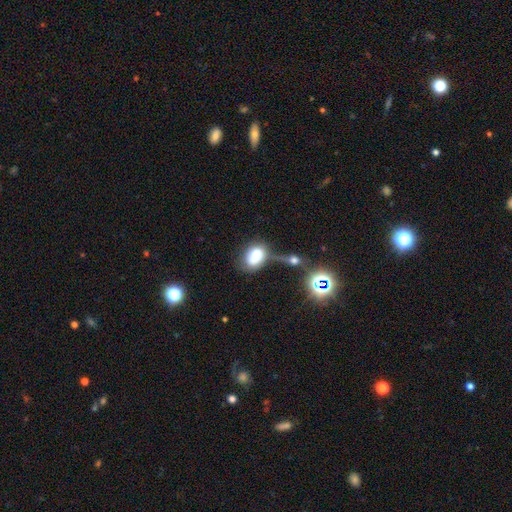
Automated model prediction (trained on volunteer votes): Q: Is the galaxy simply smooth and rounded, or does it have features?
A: smooth — 73%.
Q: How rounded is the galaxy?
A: in between — 70%.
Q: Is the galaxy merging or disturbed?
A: none — 33%.